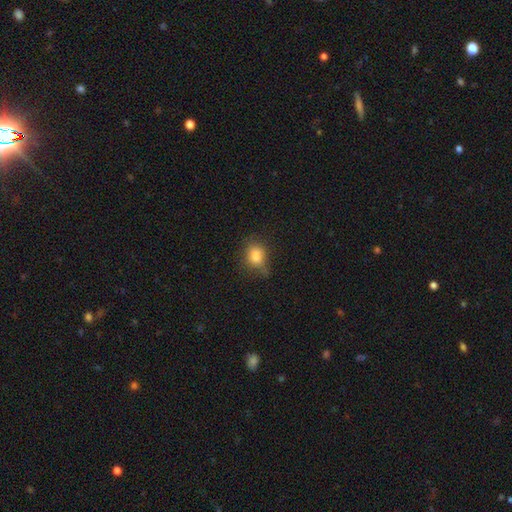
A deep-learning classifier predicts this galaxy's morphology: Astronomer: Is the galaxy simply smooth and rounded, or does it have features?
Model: smooth — 79%.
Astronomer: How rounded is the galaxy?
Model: in between — 57% (runner-up: round, 41%).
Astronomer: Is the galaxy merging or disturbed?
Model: none — 50% (runner-up: minor disturbance, 33%).